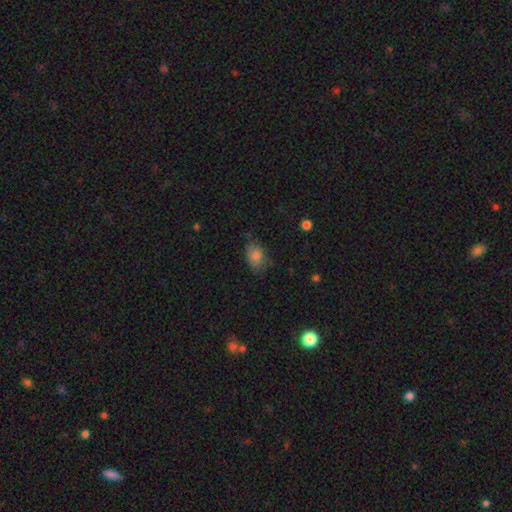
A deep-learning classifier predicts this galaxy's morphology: type=smooth (81%); roundness=in between (82%); merging=none (66%).